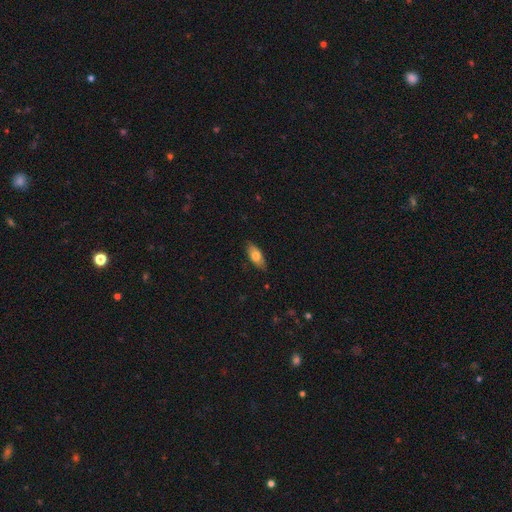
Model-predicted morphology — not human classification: Overall: smooth (72%). How rounded: in between (82%). Merging: none (84%).